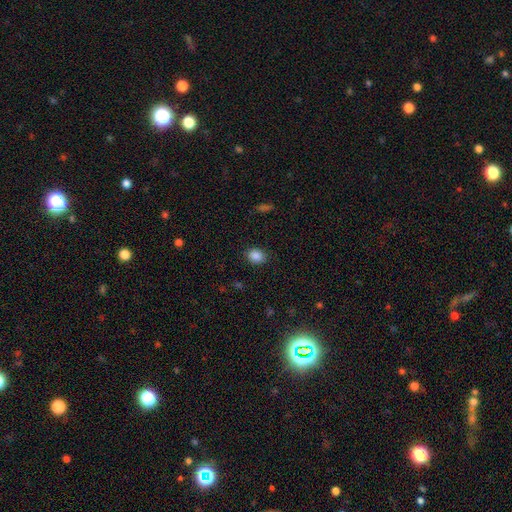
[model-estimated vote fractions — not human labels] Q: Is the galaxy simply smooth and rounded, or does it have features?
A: smooth — 86%.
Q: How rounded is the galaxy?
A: in between — 51%.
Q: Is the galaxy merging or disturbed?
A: none — 87%.